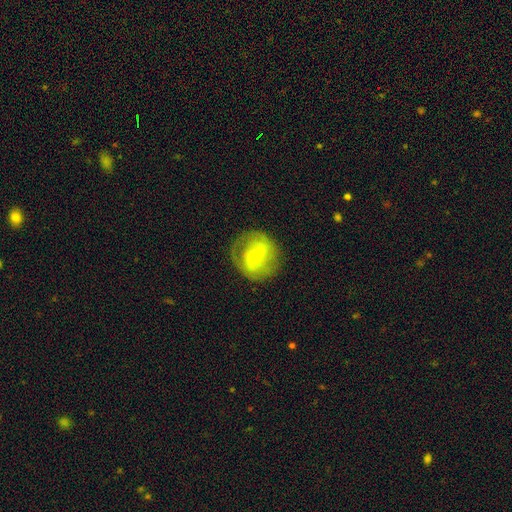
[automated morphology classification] smooth-or-featured: featured or disk: 62% | smooth: 30% | star or artifact: 8%
  disk-edge-on: no: 96% | yes: 4%
    bar: weak: 41% | no: 35% | strong: 24%
    has-spiral-arms: yes: 67% | no: 33%
    bulge-size: small: 53% | moderate: 43% | large: 2% | none: 1% | dominant: 1%
  merging: none: 74% | minor disturbance: 15% | major disturbance: 9% | merger: 1%